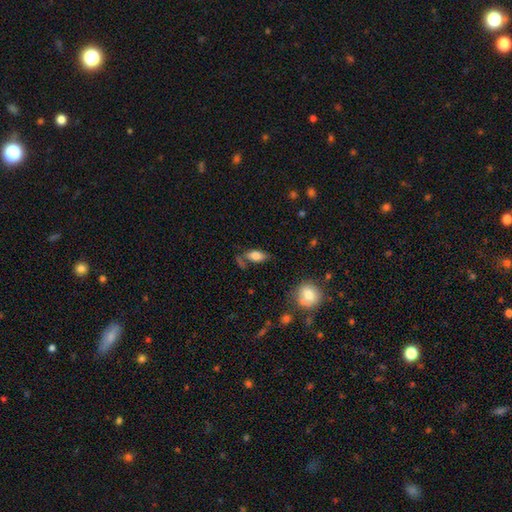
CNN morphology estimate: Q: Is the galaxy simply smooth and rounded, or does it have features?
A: smooth — 75%.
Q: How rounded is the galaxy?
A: in between — 87%.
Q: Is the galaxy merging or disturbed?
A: none — 61%.